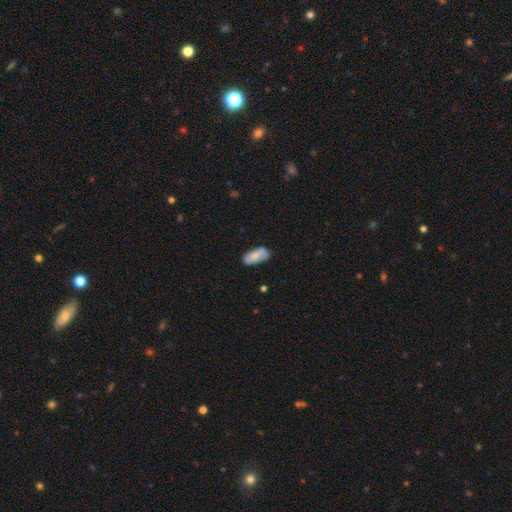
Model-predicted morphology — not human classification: Smooth or featured? Predicted: smooth (p=0.79). How rounded? Predicted: in between (p=0.90). Merging? Predicted: none (p=0.72).